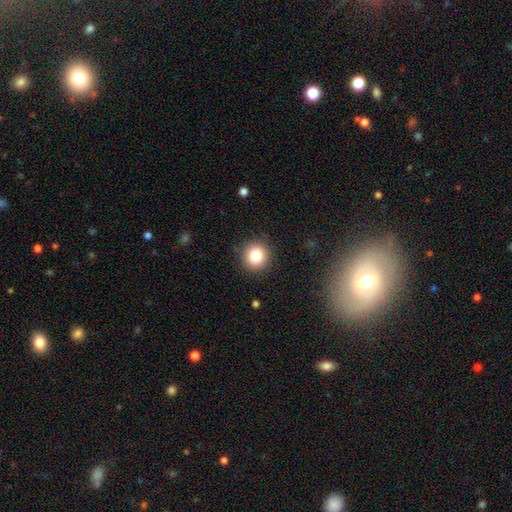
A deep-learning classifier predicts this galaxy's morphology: type=smooth (83%); roundness=round (89%); merging=none (90%).